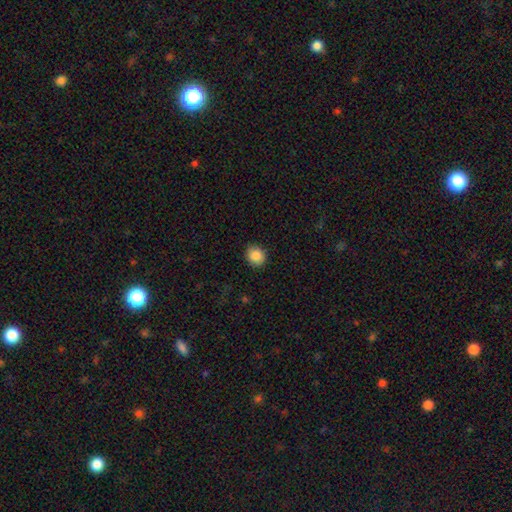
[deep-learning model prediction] Overall: smooth (87%). How rounded: round (78%). Merging: none (89%).